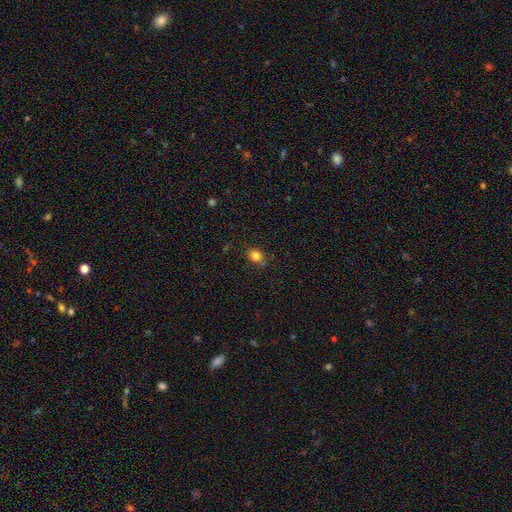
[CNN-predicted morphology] Smooth or featured: smooth — 83% (star or artifact — 12%)
How rounded: in between — 55% (round — 43%)
Merging: none — 79% (minor disturbance — 16%)